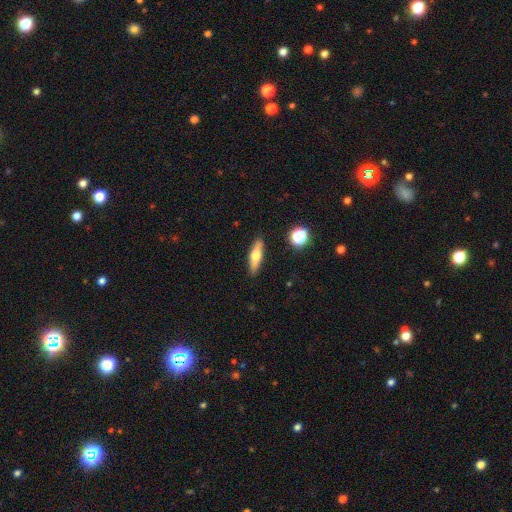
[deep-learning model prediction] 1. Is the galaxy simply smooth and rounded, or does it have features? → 53% smooth, 40% featured or disk, 7% star or artifact.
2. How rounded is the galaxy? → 61% cigar-shaped, 36% in between, 4% round.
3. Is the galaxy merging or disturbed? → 89% none, 8% minor disturbance, 2% major disturbance, 2% merger.